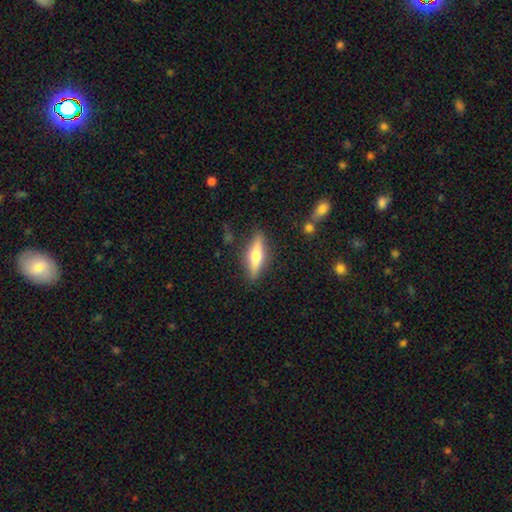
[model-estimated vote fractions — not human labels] Smooth or featured: smooth — 47% (featured or disk — 46%)
Merging: none — 85% (minor disturbance — 10%)